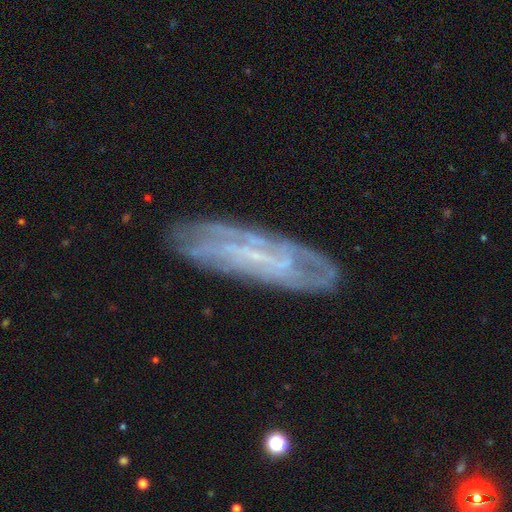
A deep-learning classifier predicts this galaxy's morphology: featured or disk 72%, smooth 20%, star or artifact 9%. Down the decision tree: edge-on disk — no (71%); bar — no (38%); spiral arms — yes (77%); bulge size — small (54%); merging — none (77%).